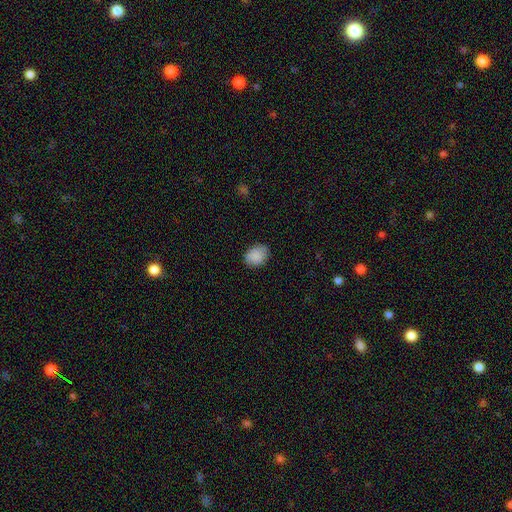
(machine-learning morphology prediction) Smooth or featured? Predicted: smooth (p=0.88). How rounded? Predicted: in between (p=0.64). Merging? Predicted: none (p=0.81).